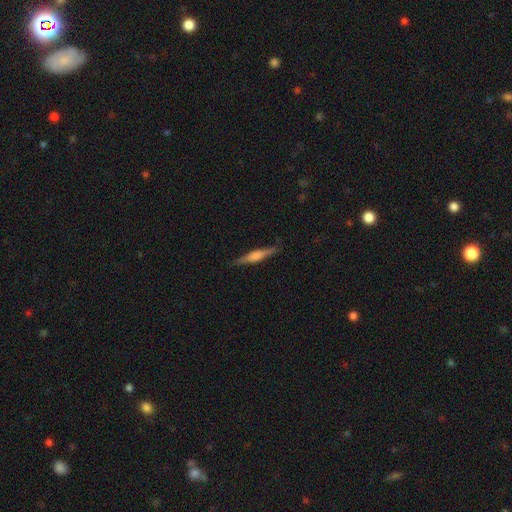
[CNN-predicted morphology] Smooth or featured? Predicted: featured or disk (p=0.66). Edge-on disk? Predicted: yes (p=0.97). Edge-on bulge? Predicted: rounded (p=0.62). Merging? Predicted: none (p=0.88).